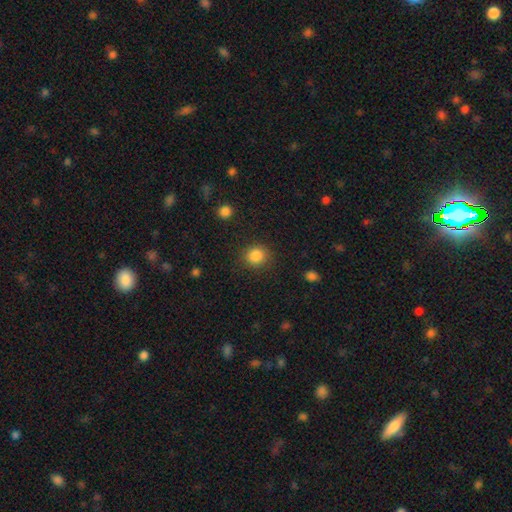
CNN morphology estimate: A smooth galaxy with no disk features (86%) that is round (82%). Merging: none (87%).